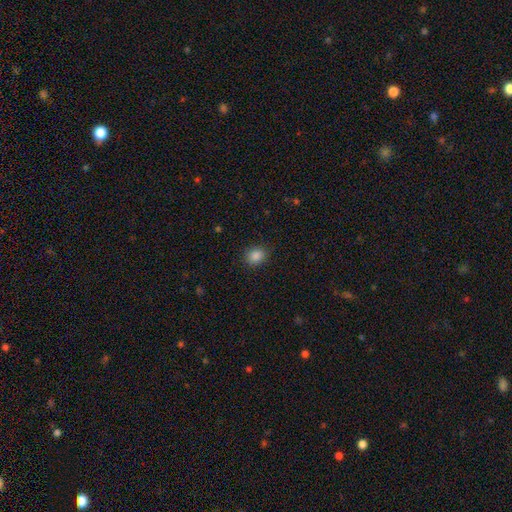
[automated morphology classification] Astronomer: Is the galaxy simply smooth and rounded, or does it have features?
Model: smooth — 86%.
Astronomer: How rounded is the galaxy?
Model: round — 56% (runner-up: in between, 43%).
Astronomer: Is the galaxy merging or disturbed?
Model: none — 87%.